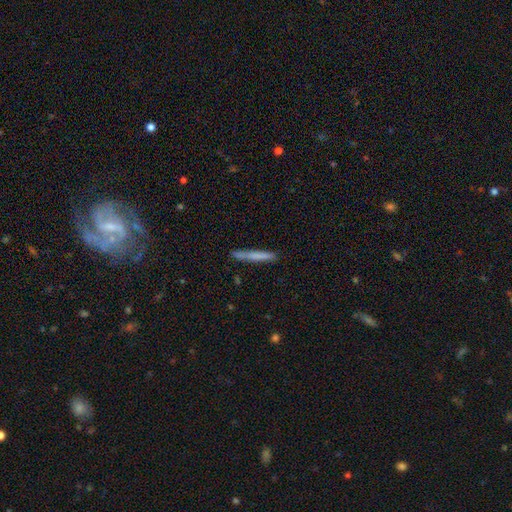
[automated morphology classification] A smooth galaxy with no disk features (63%) that is cigar-shaped (96%).

Vote fractions:
- Smooth or featured? smooth: 63% / featured or disk: 31% / star or artifact: 7%
- How rounded? cigar-shaped: 96% / in between: 2% / round: 1%
- Merging? none: 88% / minor disturbance: 9% / major disturbance: 2% / merger: 2%